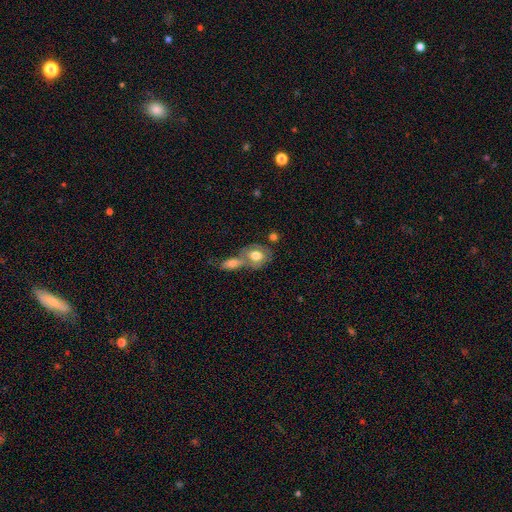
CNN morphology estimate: Overall: smooth (65%; featured or disk 28%). How rounded: in between (60%; round 37%). Merging: merger (52%; none 31%).